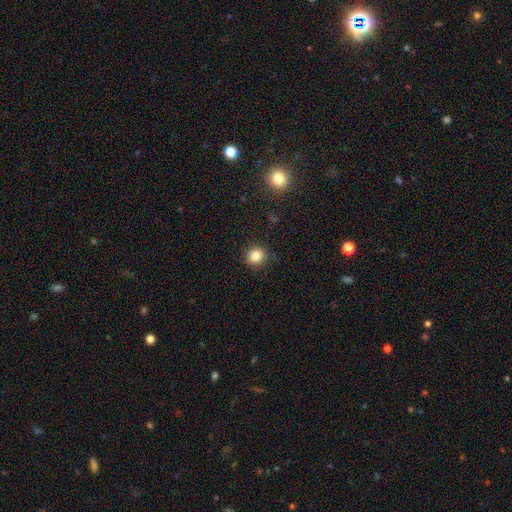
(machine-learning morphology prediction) Q: Smooth or featured?
A: smooth (84%); runner-up: star or artifact (11%)
Q: How rounded?
A: round (85%); runner-up: in between (14%)
Q: Merging?
A: none (87%); runner-up: minor disturbance (9%)